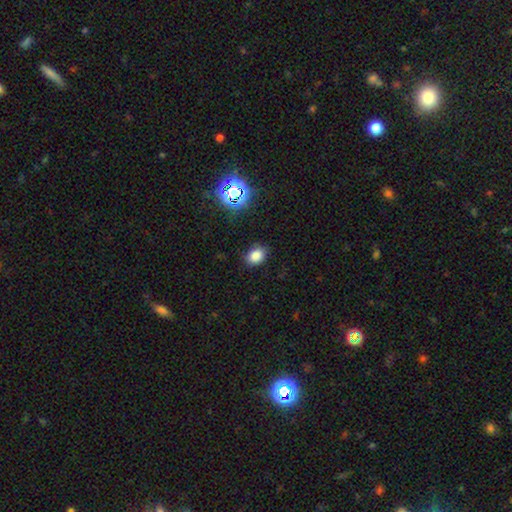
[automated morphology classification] This appears to be a smooth galaxy with no disk features (80%) that is in between round and cigar-shaped (60%). Merging: none (81%).